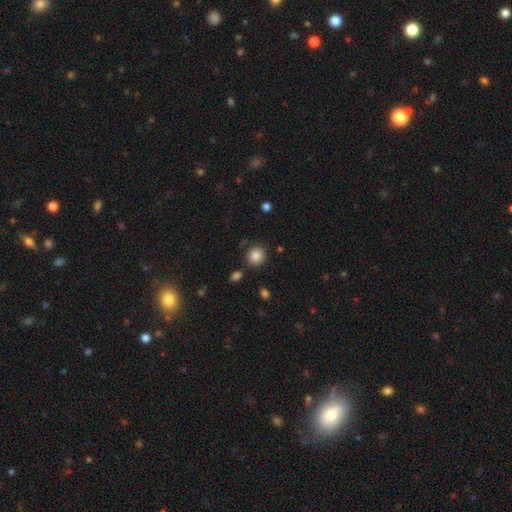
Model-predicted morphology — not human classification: This appears to be a smooth galaxy with no disk features (86%) that is round (88%). Merging: none (85%).